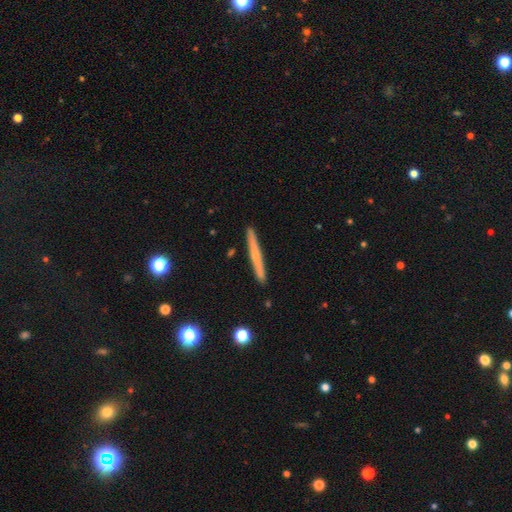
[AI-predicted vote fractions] featured or disk 52%, smooth 41%, star or artifact 6%. Down the decision tree: edge-on disk — yes (97%); edge-on bulge — rounded (49%); merging — none (91%).